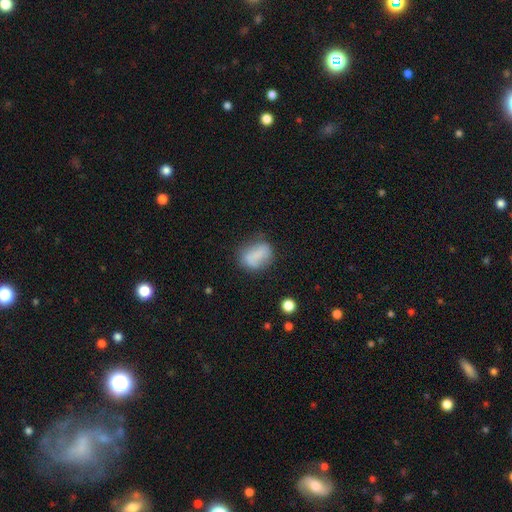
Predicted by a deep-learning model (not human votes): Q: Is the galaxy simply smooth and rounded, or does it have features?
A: smooth — 73%.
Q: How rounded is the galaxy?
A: in between — 68%.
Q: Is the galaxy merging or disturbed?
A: none — 61%.